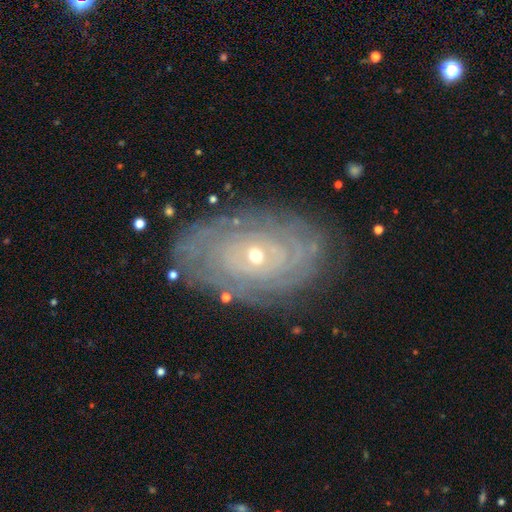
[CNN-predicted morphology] A featured or disk galaxy (85%) with no bar (83%), tight (86%) spiral arms (91%) and a small central bulge (63%). Merging: none (78%).